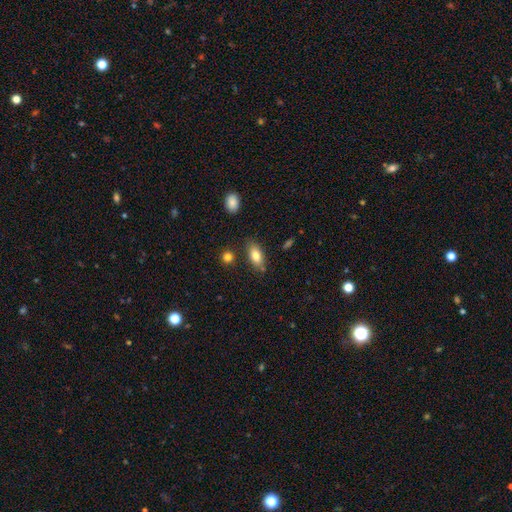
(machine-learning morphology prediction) Smooth or featured? smooth (81%)
How rounded? in between (87%)
Merging? none (77%)